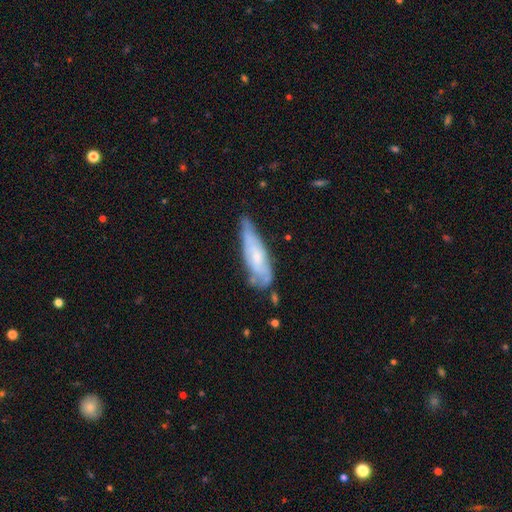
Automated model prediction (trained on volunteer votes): Smooth or featured? featured or disk (50%)
Merging? none (45%)